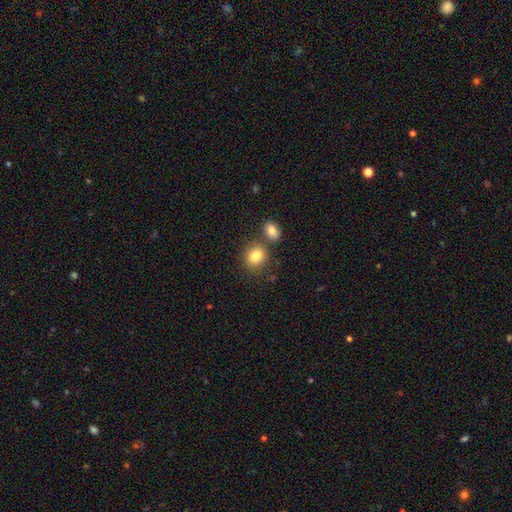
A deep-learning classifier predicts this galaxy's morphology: The model was most divided on "how rounded": round: 58%, in between: 41%, cigar-shaped: 1%. More confident: smooth or featured — smooth (84%); merging — none (65%).